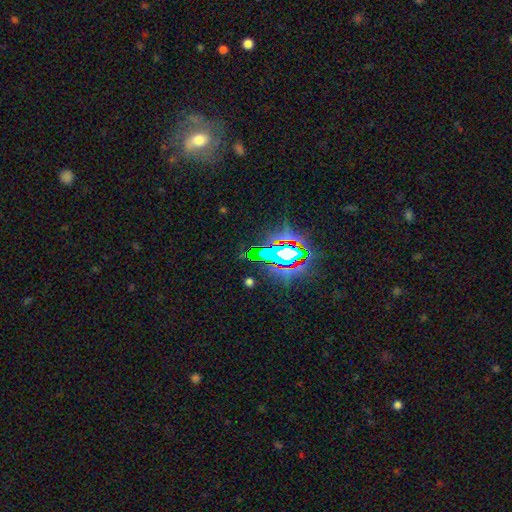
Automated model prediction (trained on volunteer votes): Smooth or featured: star or artifact — 78% (smooth — 11%)